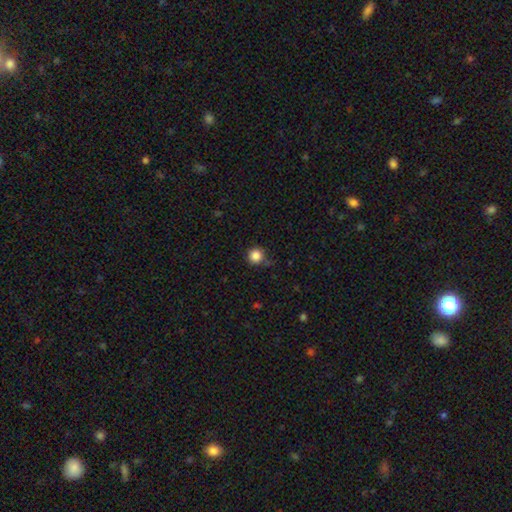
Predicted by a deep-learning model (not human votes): Overall: smooth (85%). How rounded: round (95%). Merging: none (80%).